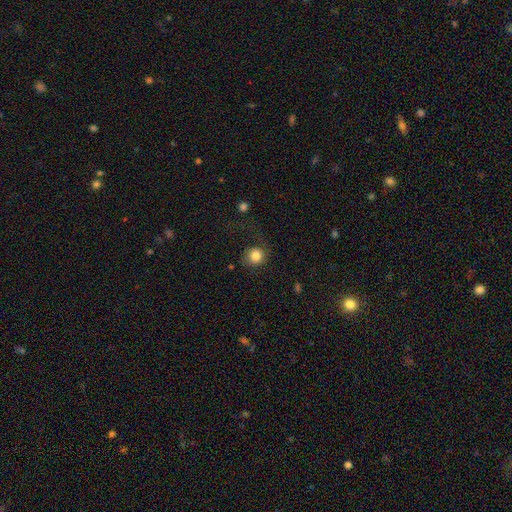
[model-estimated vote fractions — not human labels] This is clearly a smooth galaxy (82%). How rounded: clearly round (89%). Merging: likely none (63%).